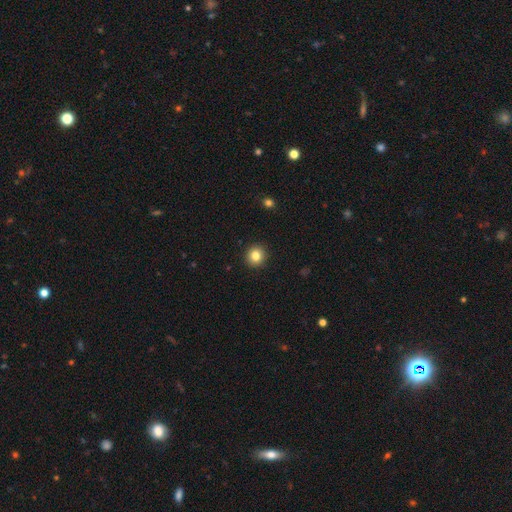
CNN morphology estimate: The model was most divided on "smooth or featured": smooth: 83%, star or artifact: 11%, featured or disk: 6%. More confident: merging — none (92%); how rounded — round (91%).